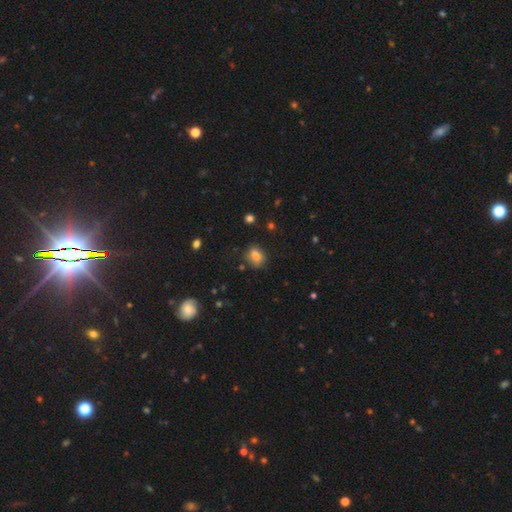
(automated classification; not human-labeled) Q: Smooth or featured?
A: smooth (80%); runner-up: star or artifact (12%)
Q: How rounded?
A: in between (59%); runner-up: round (39%)
Q: Merging?
A: none (75%); runner-up: minor disturbance (17%)